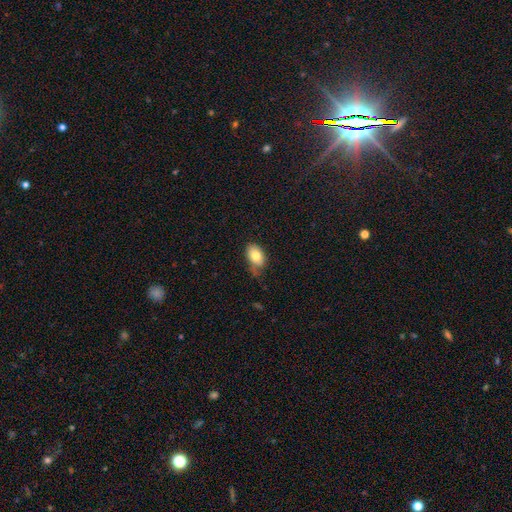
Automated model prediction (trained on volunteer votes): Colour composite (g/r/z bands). It shows a smooth galaxy with no disk features (78%) that is in between round and cigar-shaped (89%). Merging: none (50%).